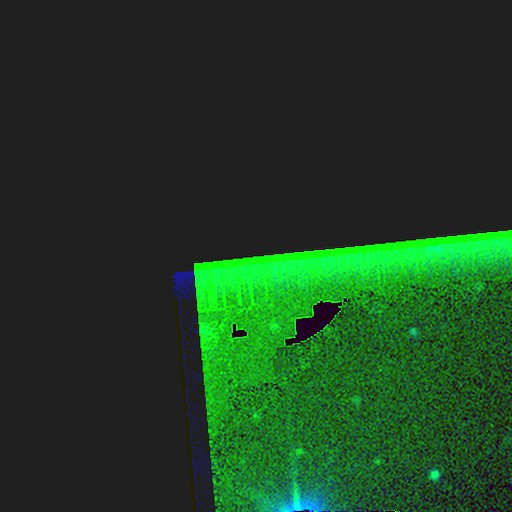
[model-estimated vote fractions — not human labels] Smooth or featured?
  - star or artifact: 88% *
  - featured or disk: 6%
  - smooth: 6%